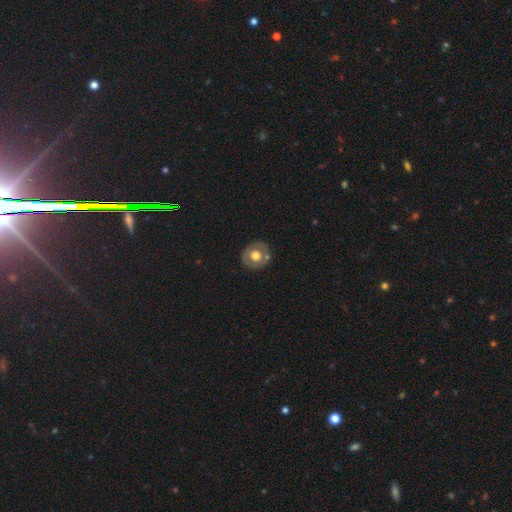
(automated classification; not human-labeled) A smooth galaxy with no disk features (47%). Merging: none (79%).